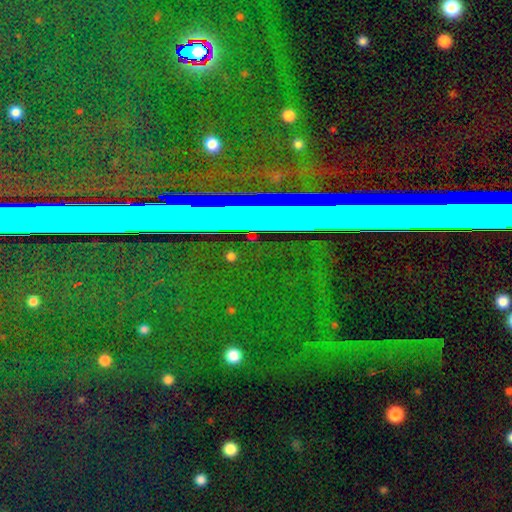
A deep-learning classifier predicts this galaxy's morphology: The model was most divided on "smooth or featured": star or artifact: 81%, featured or disk: 11%, smooth: 7%.